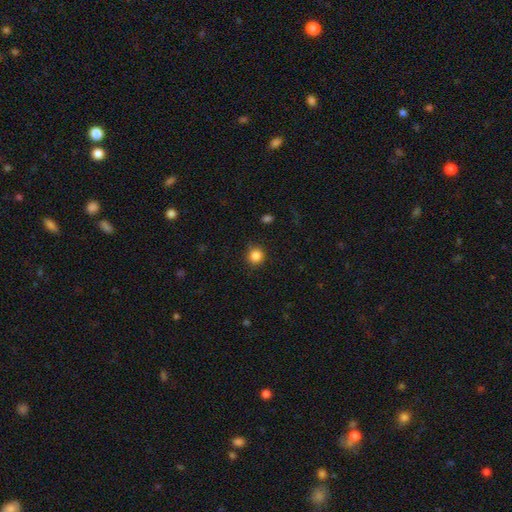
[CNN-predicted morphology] smooth-or-featured: smooth: 85% | star or artifact: 11% | featured or disk: 4%
  how-rounded: round: 93% | in between: 6% | cigar-shaped: 1%
  merging: none: 87% | minor disturbance: 9% | major disturbance: 2% | merger: 1%